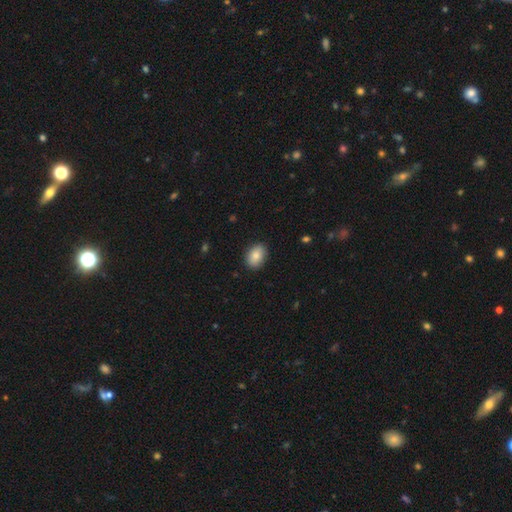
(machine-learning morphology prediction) type=smooth (86%); roundness=in between (80%); merging=none (88%).